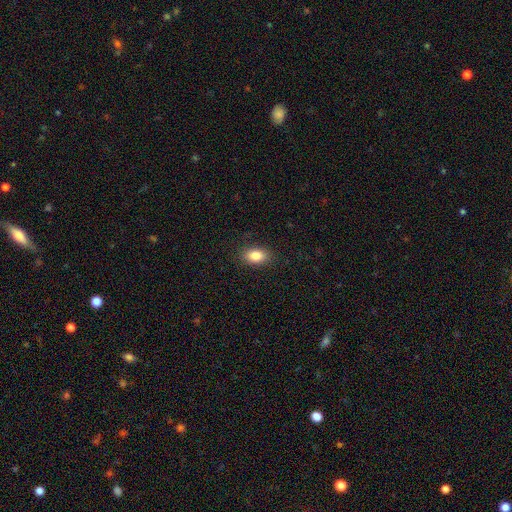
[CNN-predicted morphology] This appears to be a smooth galaxy with no disk features (85%) that is in between round and cigar-shaped (87%). Merging: none (87%).